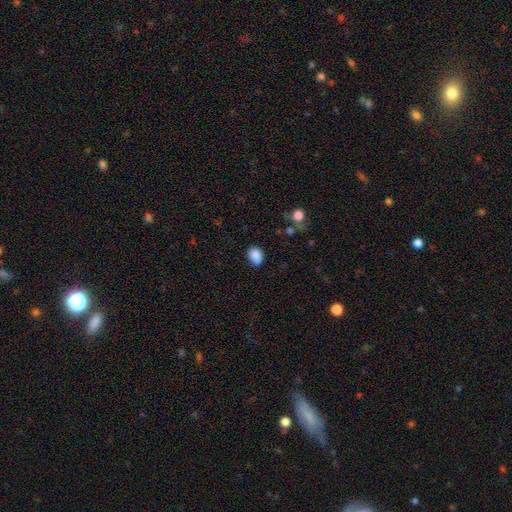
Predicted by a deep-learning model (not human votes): Smooth or featured? smooth (88%)
How rounded? in between (71%)
Merging? none (80%)